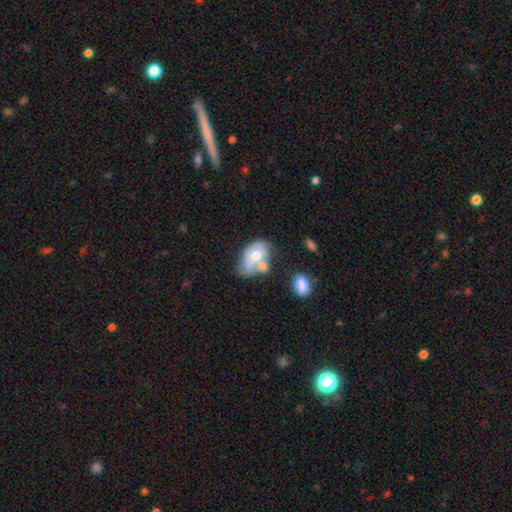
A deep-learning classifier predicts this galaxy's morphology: The model was most divided on "smooth or featured": smooth: 54%, featured or disk: 39%, star or artifact: 7%. More confident: how rounded — in between (82%); merging — merger (51%).